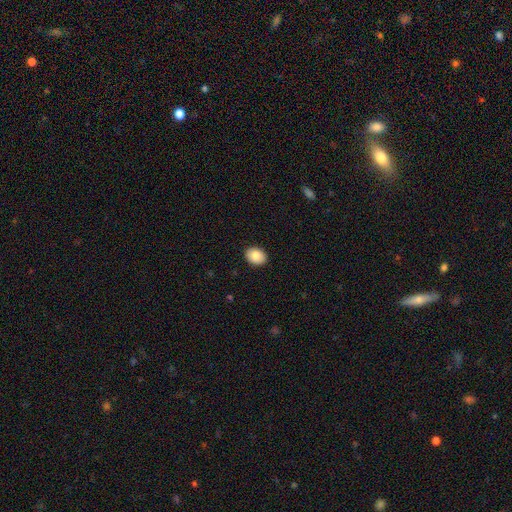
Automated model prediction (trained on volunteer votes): smooth_or_featured: smooth (p=0.85) [alt: featured or disk p=0.08]
how_rounded: in between (p=0.65) [alt: round p=0.34]
merging: none (p=0.90) [alt: minor disturbance p=0.07]